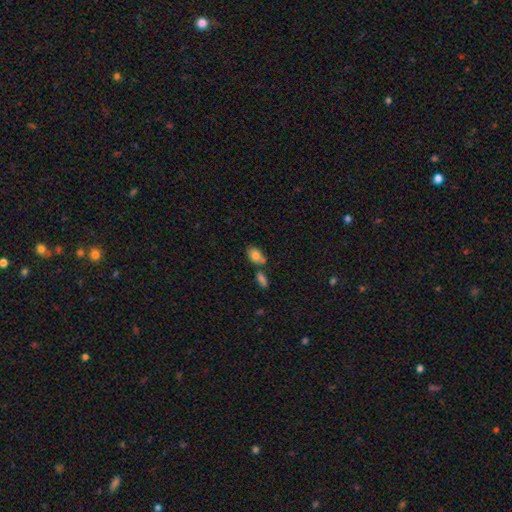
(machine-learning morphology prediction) smooth_or_featured: smooth (p=0.82) [alt: featured or disk p=0.10]
how_rounded: in between (p=0.86) [alt: round p=0.12]
merging: none (p=0.52) [alt: merger p=0.28]